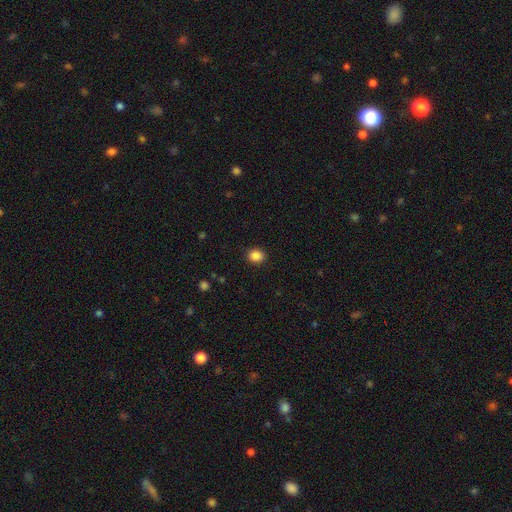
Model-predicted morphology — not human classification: Q: Smooth or featured?
A: smooth (87%); runner-up: star or artifact (10%)
Q: How rounded?
A: round (61%); runner-up: in between (38%)
Q: Merging?
A: none (90%); runner-up: minor disturbance (7%)